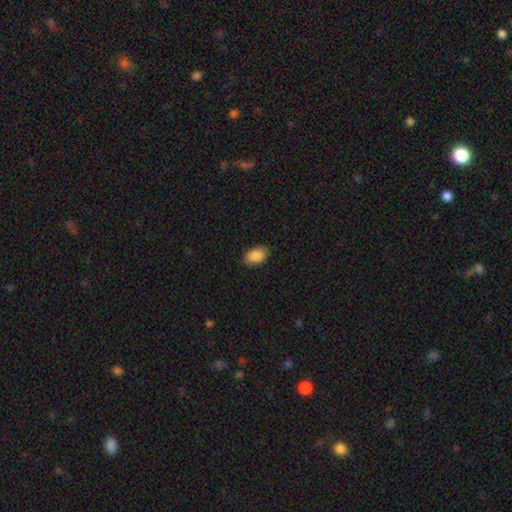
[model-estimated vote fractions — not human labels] Smooth or featured: smooth — 90% (star or artifact — 7%)
How rounded: in between — 90% (round — 8%)
Merging: none — 87% (minor disturbance — 10%)